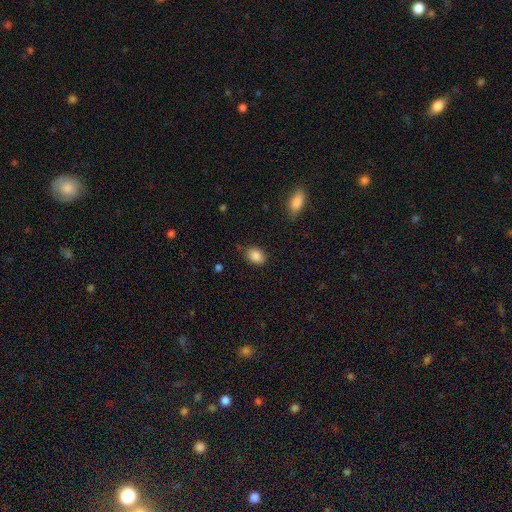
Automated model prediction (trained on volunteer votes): A smooth galaxy with no disk features (86%) that is in between round and cigar-shaped (69%). Merging: none (81%).